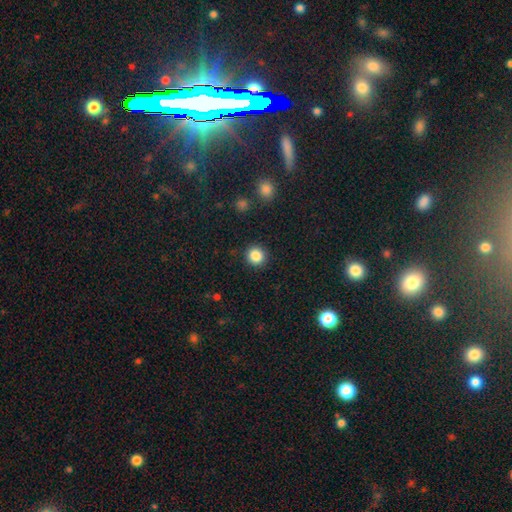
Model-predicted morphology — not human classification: Smooth or featured? Predicted: smooth (p=0.85). How rounded? Predicted: round (p=0.92). Merging? Predicted: none (p=0.92).